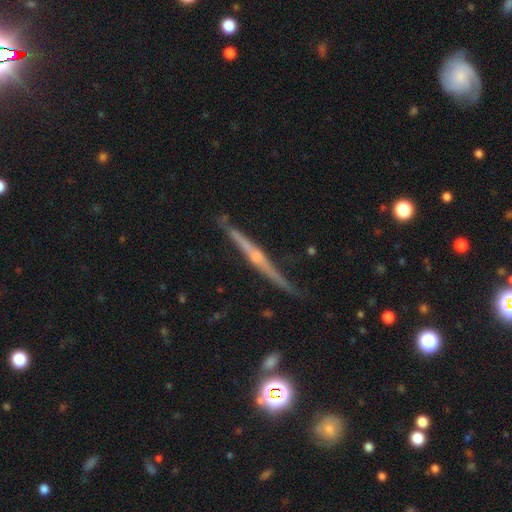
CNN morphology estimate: Smooth or featured? Predicted: featured or disk (p=0.82). Edge-on disk? Predicted: yes (p=0.98). Edge-on bulge? Predicted: rounded (p=0.70). Merging? Predicted: none (p=0.86).